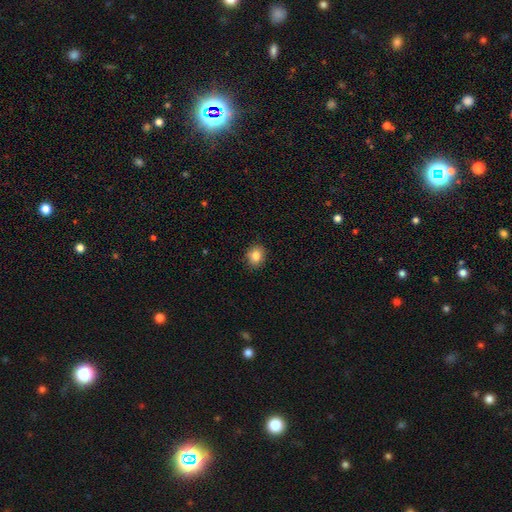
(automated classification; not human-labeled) The model was most divided on "how rounded": round: 70%, in between: 29%, cigar-shaped: 1%. More confident: merging — none (89%); smooth or featured — smooth (82%).